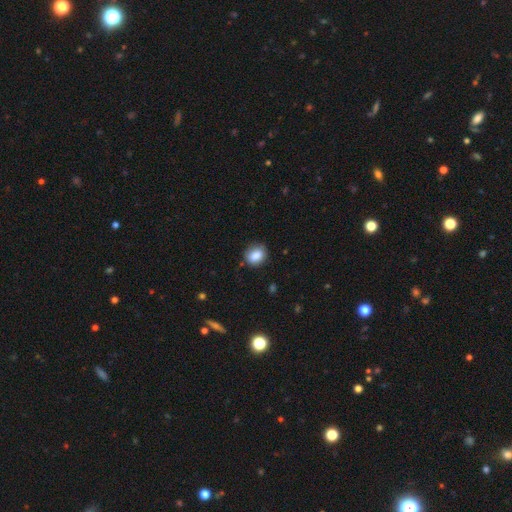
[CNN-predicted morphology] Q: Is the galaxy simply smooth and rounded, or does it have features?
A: smooth — 84%.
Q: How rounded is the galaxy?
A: round — 56%.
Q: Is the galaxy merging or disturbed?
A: none — 78%.